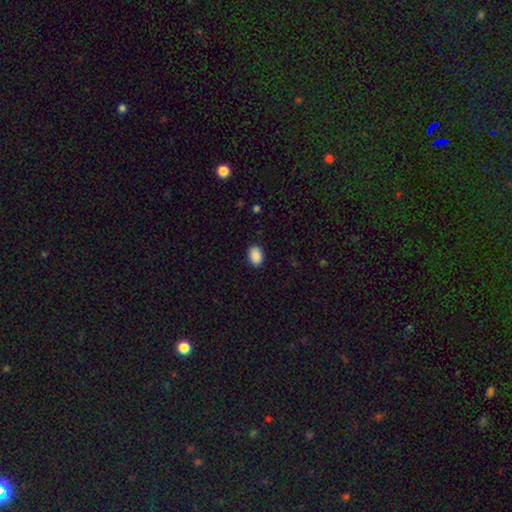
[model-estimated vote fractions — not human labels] Smooth or featured? smooth (90%)
How rounded? in between (81%)
Merging? none (90%)